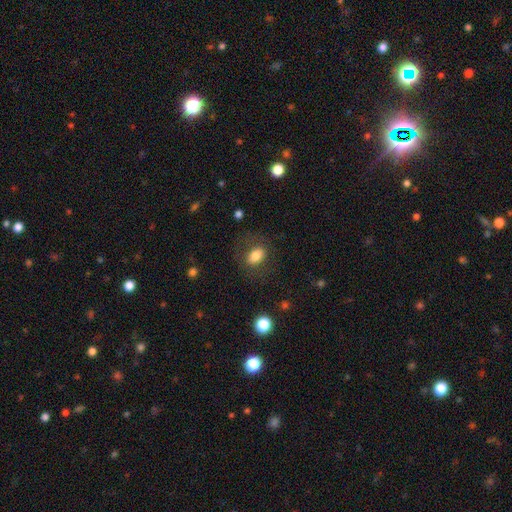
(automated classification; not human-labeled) smooth_or_featured: smooth (p=0.79) [alt: featured or disk p=0.12]
how_rounded: in between (p=0.76) [alt: round p=0.23]
merging: none (p=0.75) [alt: minor disturbance p=0.14]